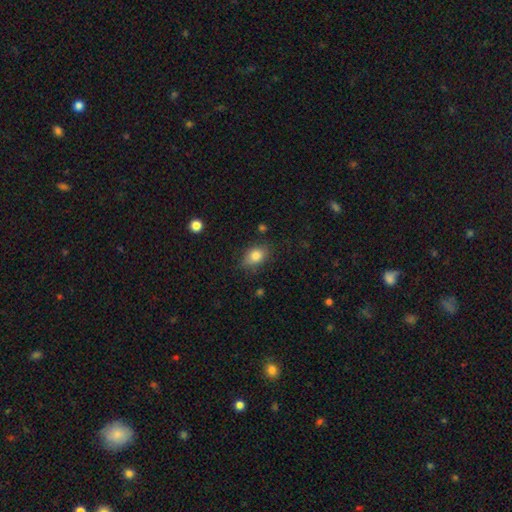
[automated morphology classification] A smooth galaxy with no disk features (81%) that is in between round and cigar-shaped (74%). Merging: none (75%).